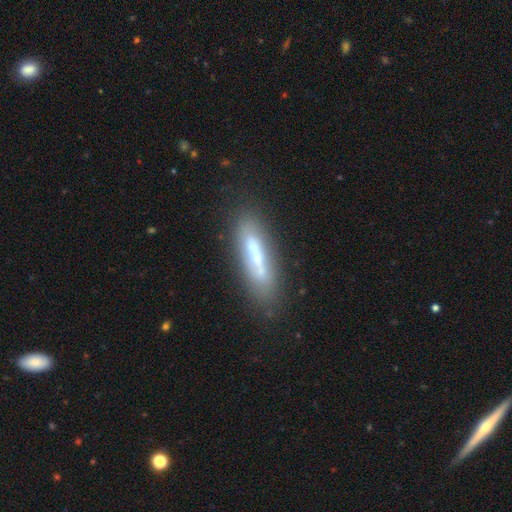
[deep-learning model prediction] smooth-or-featured: featured or disk: 54% | smooth: 37% | star or artifact: 9%
  disk-edge-on: yes: 52% | no: 48%
  merging: none: 70% | minor disturbance: 16% | merger: 8% | major disturbance: 6%